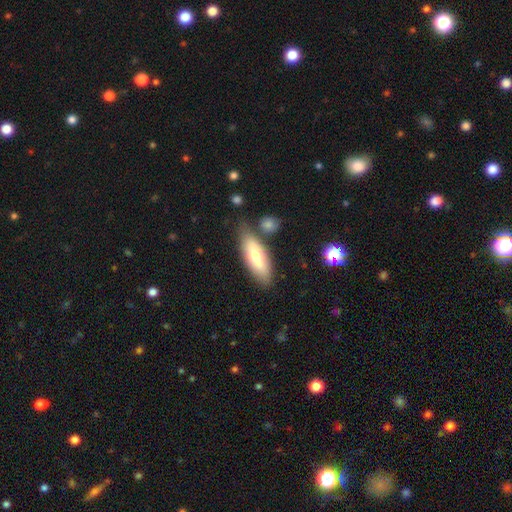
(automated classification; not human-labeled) Overall: smooth (59%; featured or disk 34%). How rounded: in between (54%; cigar-shaped 44%). Merging: none (73%).